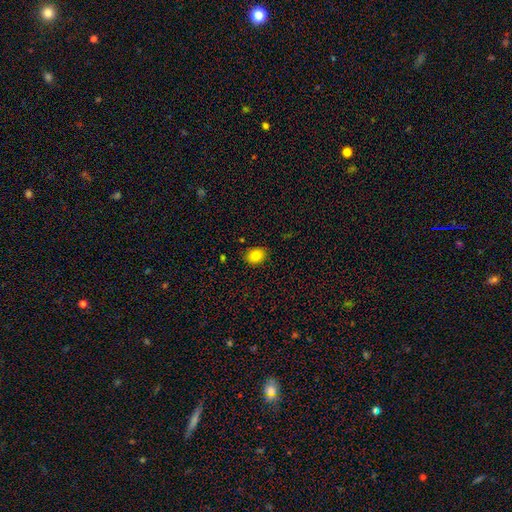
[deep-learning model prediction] Q: Smooth or featured?
A: smooth (82%); runner-up: star or artifact (10%)
Q: How rounded?
A: in between (52%); runner-up: round (47%)
Q: Merging?
A: none (87%); runner-up: minor disturbance (9%)